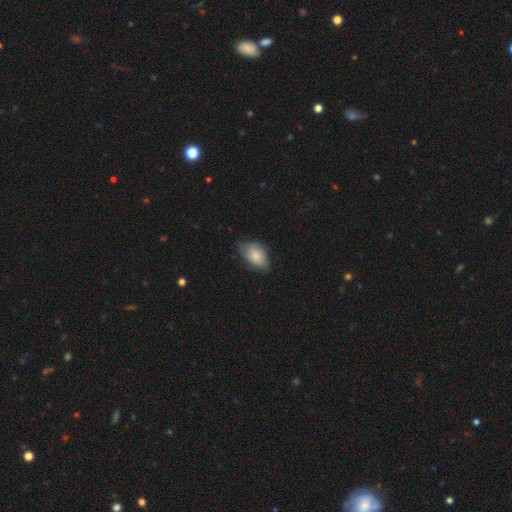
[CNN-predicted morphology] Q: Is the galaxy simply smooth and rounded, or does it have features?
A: smooth — 78%.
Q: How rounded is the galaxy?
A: in between — 88%.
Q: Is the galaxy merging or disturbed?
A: none — 50%.